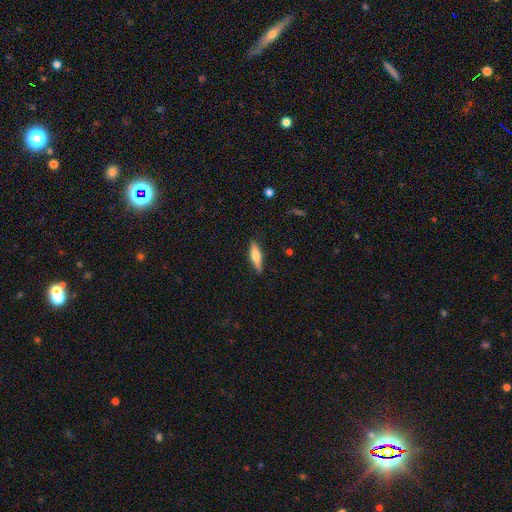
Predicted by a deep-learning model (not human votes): This appears to be a smooth galaxy with no disk features (52%) that is cigar-shaped (63%). Merging: none (86%).